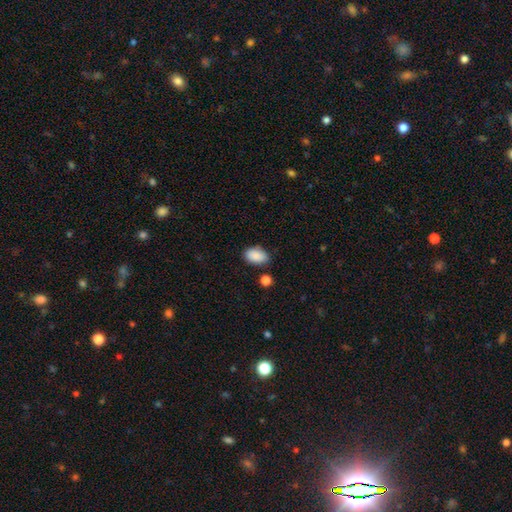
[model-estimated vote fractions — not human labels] smooth-or-featured: smooth: 89% | star or artifact: 7% | featured or disk: 4%
  how-rounded: in between: 89% | round: 10% | cigar-shaped: 1%
  merging: none: 79% | minor disturbance: 14% | merger: 4% | major disturbance: 3%